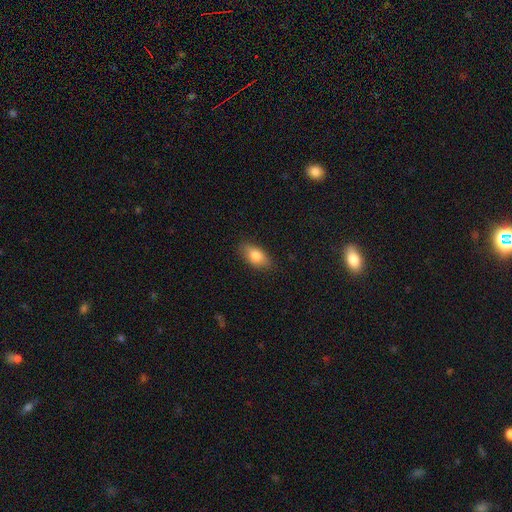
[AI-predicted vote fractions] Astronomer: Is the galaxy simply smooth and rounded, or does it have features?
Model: smooth — 81%.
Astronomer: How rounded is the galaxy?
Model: in between — 90%.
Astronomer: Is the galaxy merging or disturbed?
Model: none — 84%.